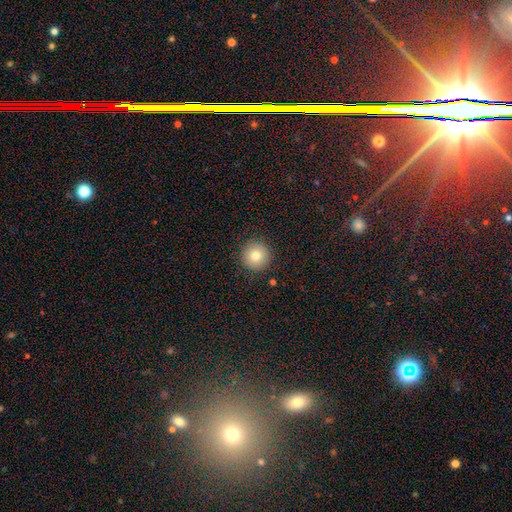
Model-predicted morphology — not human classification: Overall: smooth (79%). How rounded: round (96%). Merging: none (91%).